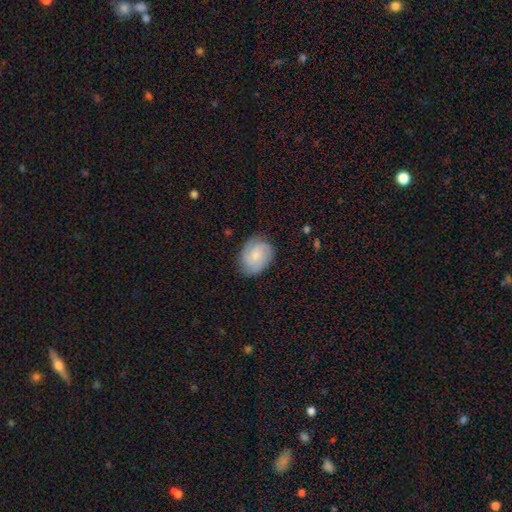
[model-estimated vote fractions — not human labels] A smooth galaxy with no disk features (47%). Merging: none (77%).